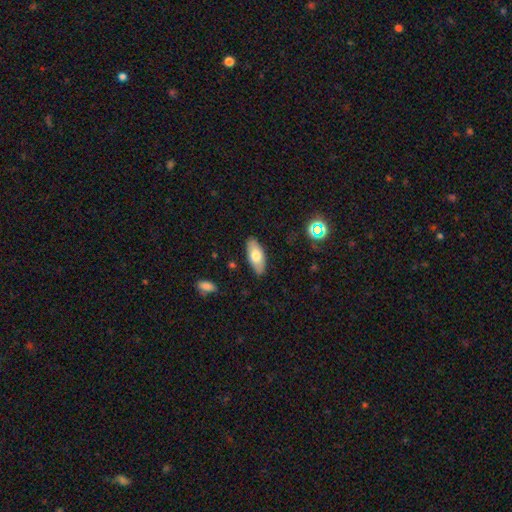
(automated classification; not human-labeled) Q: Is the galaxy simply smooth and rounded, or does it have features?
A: smooth — 71%.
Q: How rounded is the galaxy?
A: in between — 84%.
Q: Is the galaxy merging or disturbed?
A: none — 86%.